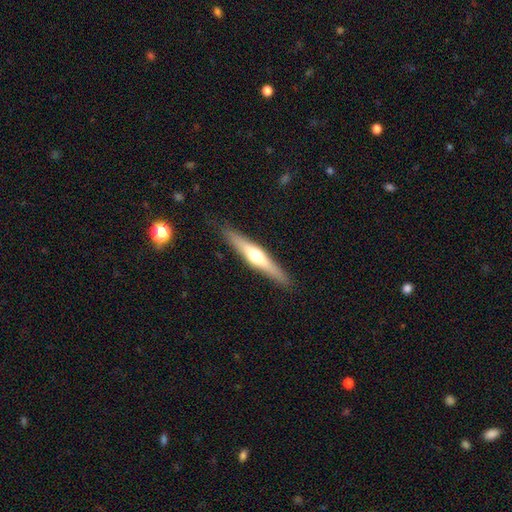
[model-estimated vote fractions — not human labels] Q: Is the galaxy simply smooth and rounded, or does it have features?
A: featured or disk — 62%.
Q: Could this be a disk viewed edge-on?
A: yes — 96%.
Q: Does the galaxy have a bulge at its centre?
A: rounded — 92%.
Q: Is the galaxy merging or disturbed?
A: none — 89%.